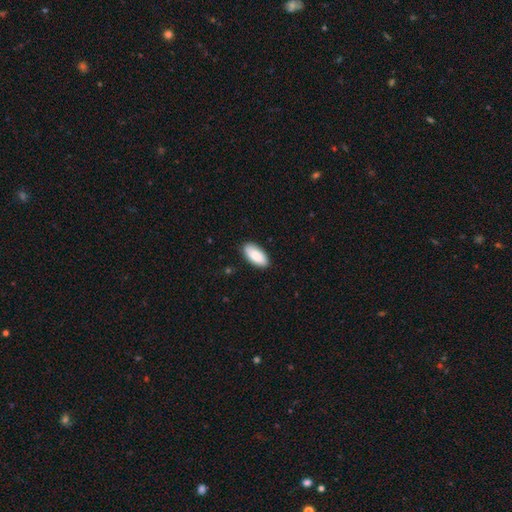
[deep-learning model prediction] A smooth galaxy with no disk features (88%) that is in between round and cigar-shaped (92%). Merging: none (88%).